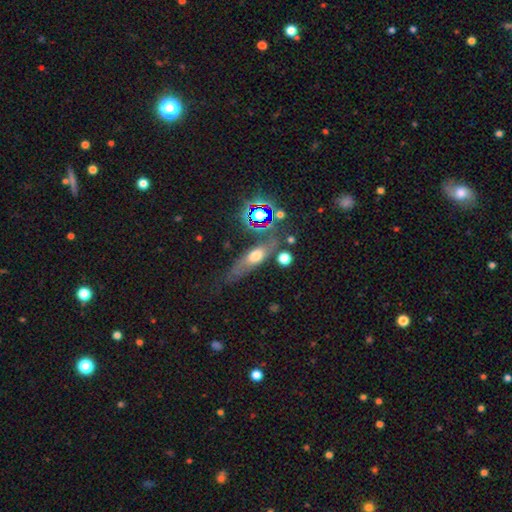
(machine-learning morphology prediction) Smooth or featured?
  - smooth: 46% *
  - featured or disk: 39%
  - star or artifact: 15%
Merging?
  - none: 63% *
  - minor disturbance: 21%
  - major disturbance: 10%
  - merger: 6%